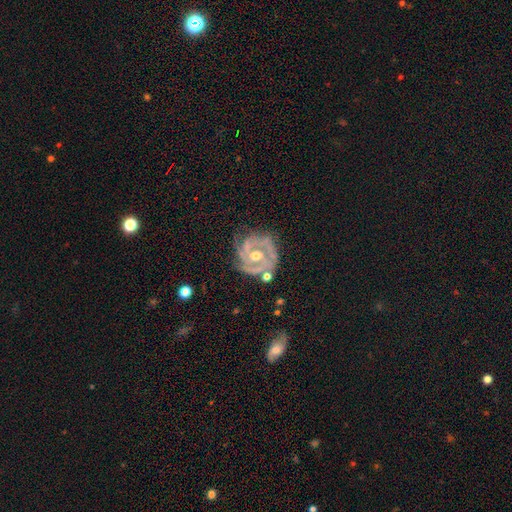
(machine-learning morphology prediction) Q: Smooth or featured?
A: featured or disk (86%); runner-up: smooth (7%)
Q: Edge-on disk?
A: no (97%); runner-up: yes (3%)
Q: Bar?
A: no (57%); runner-up: weak (30%)
Q: Spiral arms?
A: yes (92%); runner-up: no (8%)
Q: Spiral winding?
A: tight (62%); runner-up: medium (30%)
Q: Spiral arm count?
A: 3 (34%); runner-up: 2 (27%)
Q: Bulge size?
A: moderate (78%); runner-up: small (16%)
Q: Merging?
A: none (62%); runner-up: minor disturbance (23%)